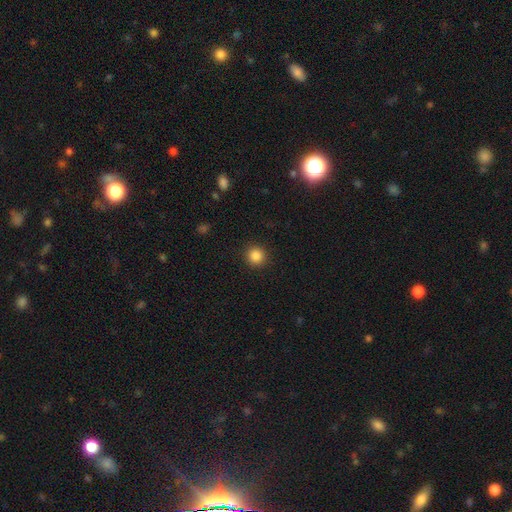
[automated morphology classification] This appears to be a smooth galaxy with no disk features (86%) that is round (94%). Merging: none (92%).